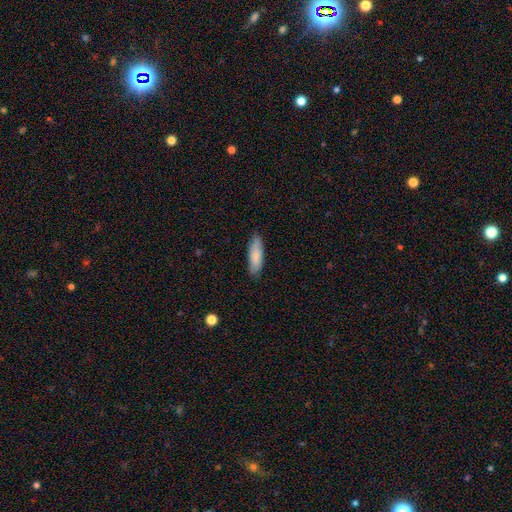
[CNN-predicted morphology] This appears to be a smooth galaxy with no disk features (83%) that is in between round and cigar-shaped (51%). Merging: none (85%).